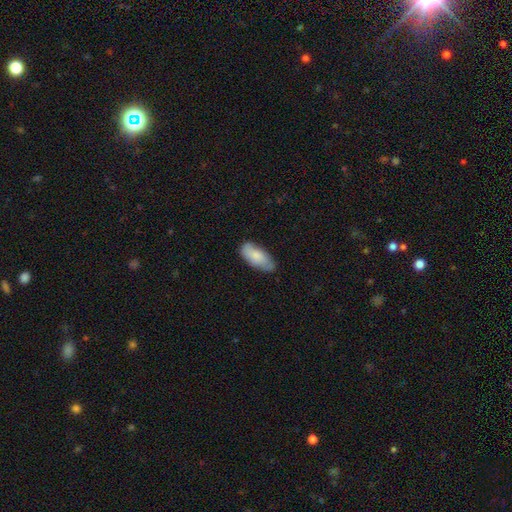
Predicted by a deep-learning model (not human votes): Overall: smooth (78%). How rounded: in between (89%). Merging: none (69%).